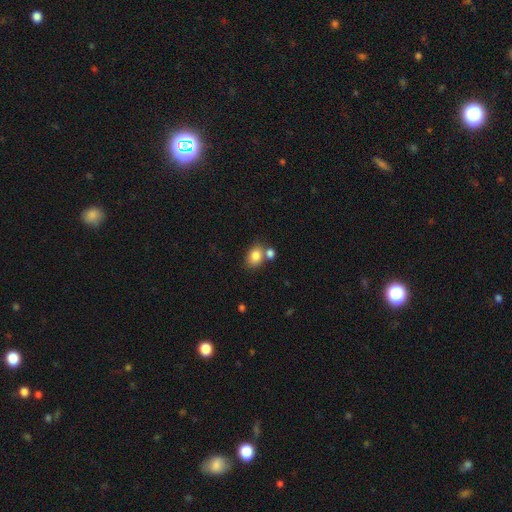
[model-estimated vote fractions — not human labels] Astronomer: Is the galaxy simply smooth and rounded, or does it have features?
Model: smooth — 82%.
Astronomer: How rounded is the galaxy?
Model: in between — 64%.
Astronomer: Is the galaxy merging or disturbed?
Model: none — 53% (runner-up: merger, 30%).